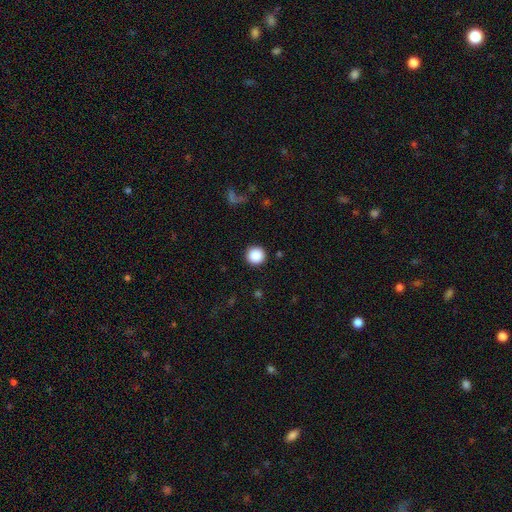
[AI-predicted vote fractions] The model was most divided on "smooth or featured": smooth: 88%, star or artifact: 9%, featured or disk: 3%. More confident: how rounded — round (95%); merging — none (91%).